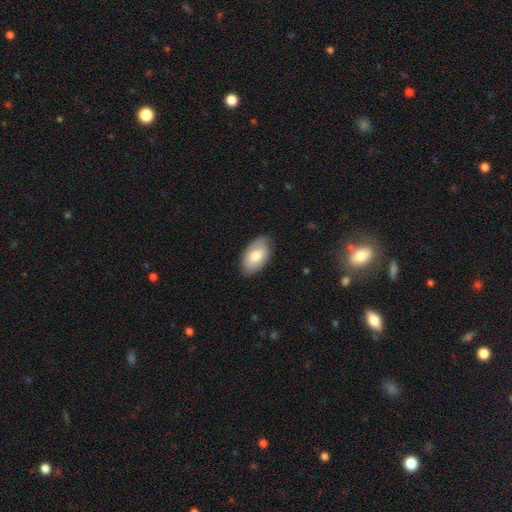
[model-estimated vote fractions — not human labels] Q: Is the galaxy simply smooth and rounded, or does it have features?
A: smooth — 75%.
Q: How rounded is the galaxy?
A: in between — 94%.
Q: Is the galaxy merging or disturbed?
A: none — 80%.